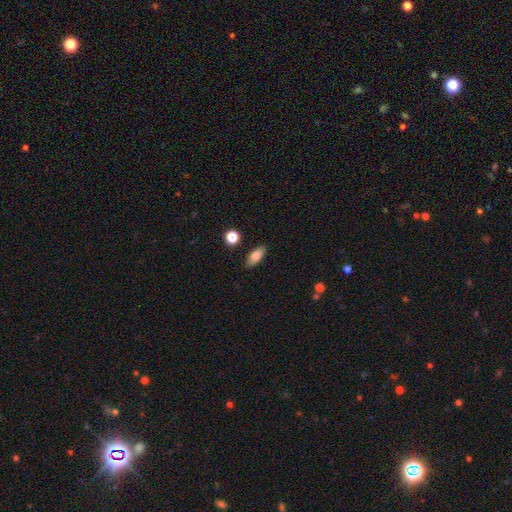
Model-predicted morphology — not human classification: Smooth or featured: smooth — 77% (featured or disk — 15%)
How rounded: in between — 79% (cigar-shaped — 16%)
Merging: none — 87% (minor disturbance — 8%)